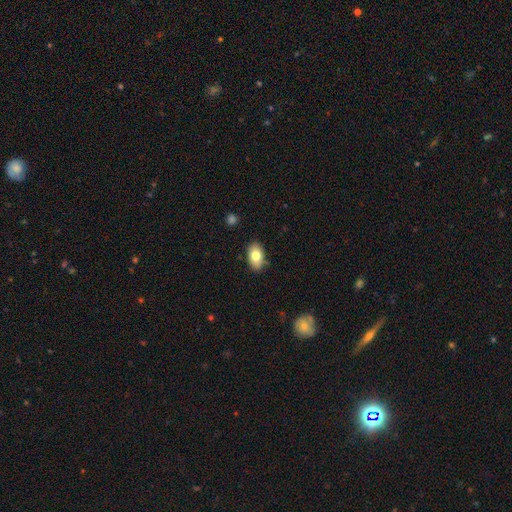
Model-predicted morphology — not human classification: smooth_or_featured: smooth (p=0.79) [alt: featured or disk p=0.14]
how_rounded: in between (p=0.91) [alt: round p=0.07]
merging: none (p=0.84) [alt: minor disturbance p=0.12]